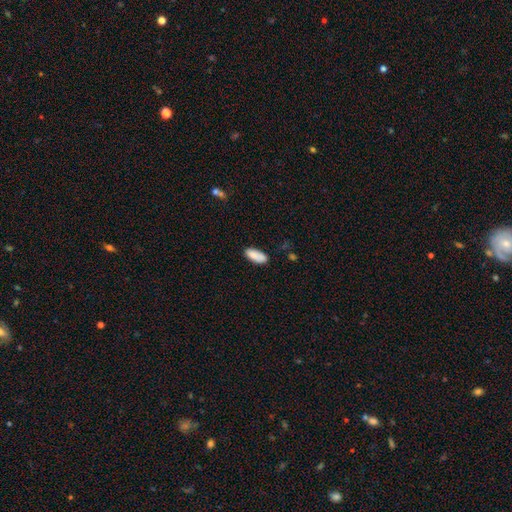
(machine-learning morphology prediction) Overall: smooth (87%). How rounded: in between (83%). Merging: none (77%).